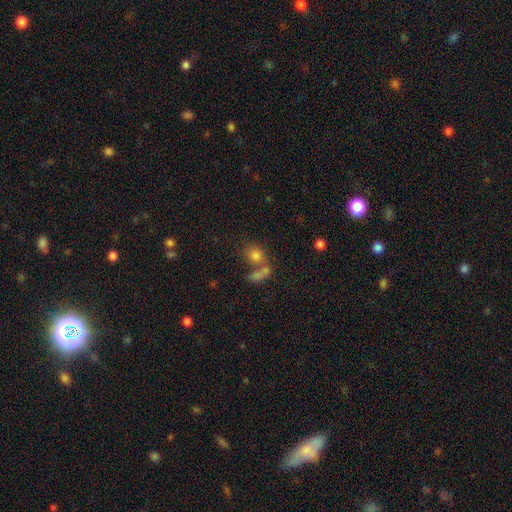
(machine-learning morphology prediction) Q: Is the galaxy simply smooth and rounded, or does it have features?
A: smooth — 76%.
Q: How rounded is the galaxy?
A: round — 62%.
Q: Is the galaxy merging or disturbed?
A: merger — 47%.